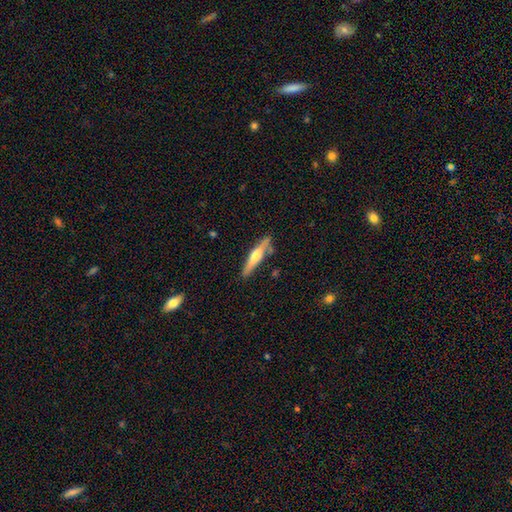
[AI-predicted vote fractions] Smooth or featured? featured or disk (53%)
Edge-on disk? yes (94%)
Edge-on bulge? rounded (87%)
Merging? none (79%)